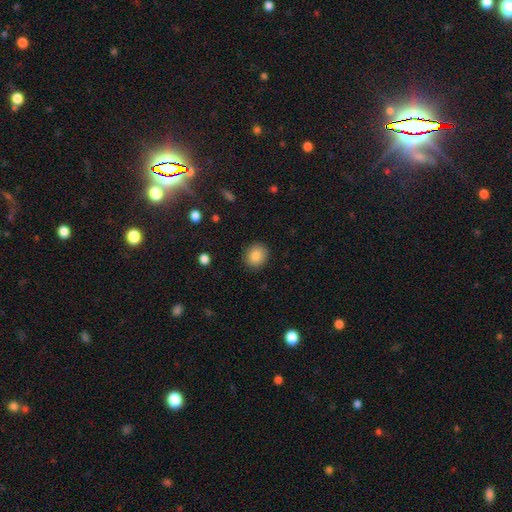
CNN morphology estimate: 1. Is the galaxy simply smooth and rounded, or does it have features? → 85% smooth, 9% star or artifact, 6% featured or disk.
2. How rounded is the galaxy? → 77% round, 22% in between, 1% cigar-shaped.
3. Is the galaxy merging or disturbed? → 89% none, 8% minor disturbance, 2% major disturbance, 1% merger.